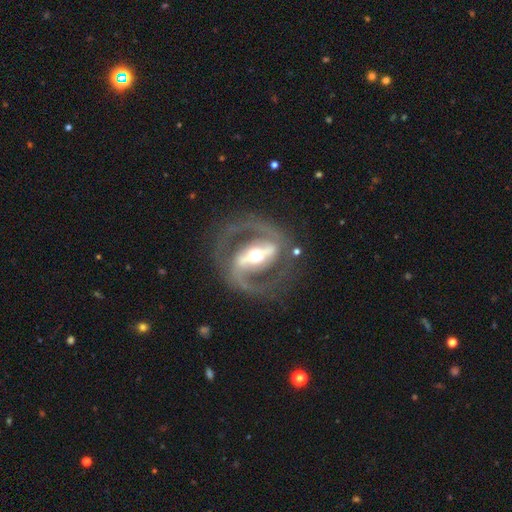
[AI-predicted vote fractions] This is clearly a featured or disk galaxy (90%). It is clearly not viewed edge-on (95%). Bar: likely strong (75%). Spiral arm pattern: clearly yes (90%). Spiral arm count: clearly 2 (91%). Spiral winding: possibly medium (57%). Central bulge: likely moderate (66%). Merging: likely none (79%).